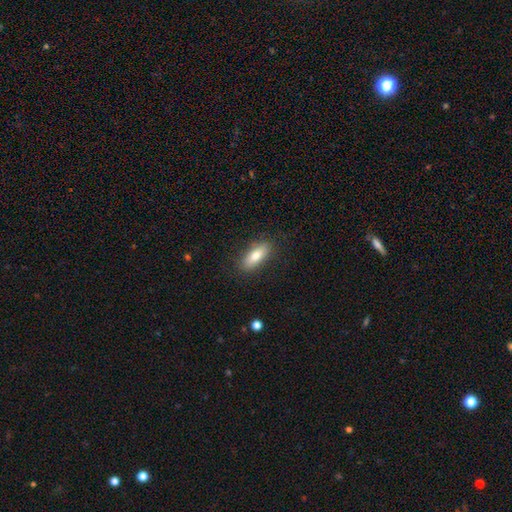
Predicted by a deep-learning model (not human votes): Q: Smooth or featured?
A: smooth (78%); runner-up: featured or disk (15%)
Q: How rounded?
A: in between (69%); runner-up: cigar-shaped (29%)
Q: Merging?
A: none (86%); runner-up: minor disturbance (10%)